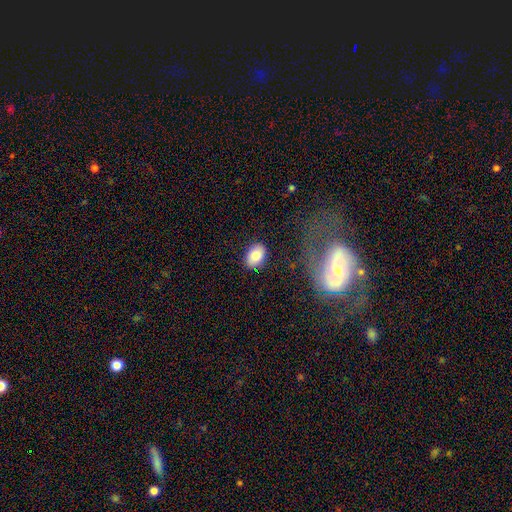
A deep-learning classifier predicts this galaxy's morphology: The model was most divided on "how rounded": in between: 81%, round: 17%, cigar-shaped: 1%. More confident: merging — none (84%); smooth or featured — smooth (83%).